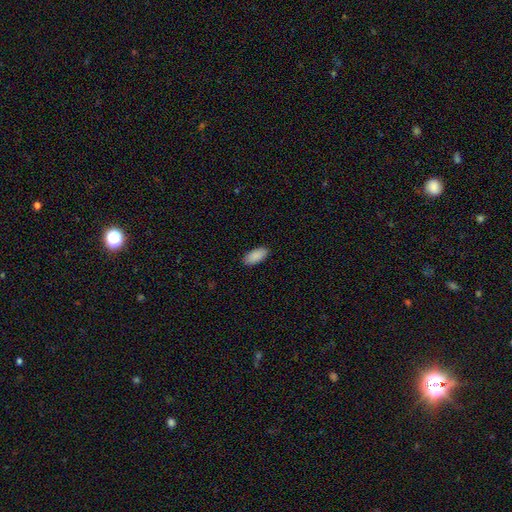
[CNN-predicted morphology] type=smooth (90%); roundness=in between (92%); merging=none (89%).